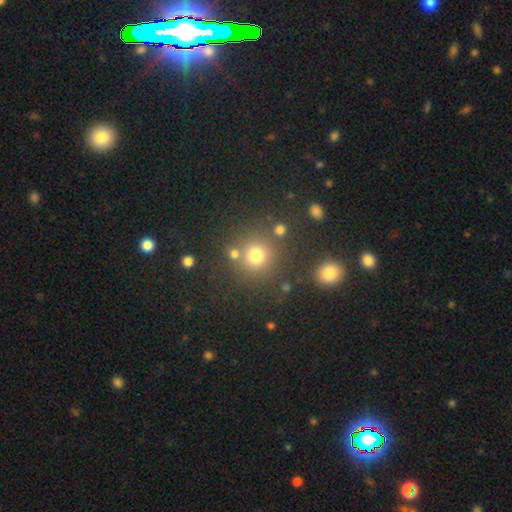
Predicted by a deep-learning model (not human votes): Smooth or featured? Predicted: smooth (p=0.73). How rounded? Predicted: round (p=0.92). Merging? Predicted: none (p=0.77).